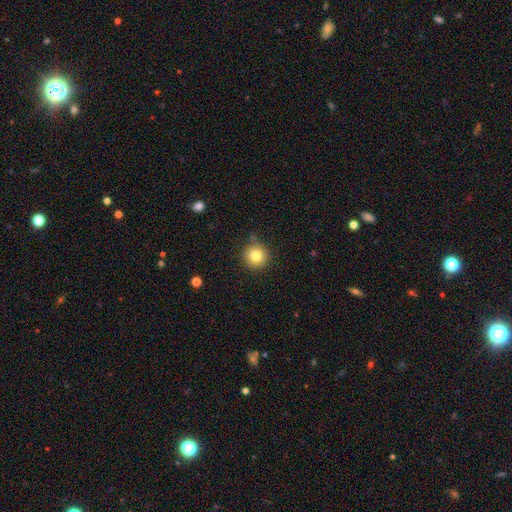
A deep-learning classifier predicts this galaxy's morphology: Q: Smooth or featured?
A: smooth (81%); runner-up: star or artifact (11%)
Q: How rounded?
A: round (95%); runner-up: in between (4%)
Q: Merging?
A: none (86%); runner-up: minor disturbance (9%)